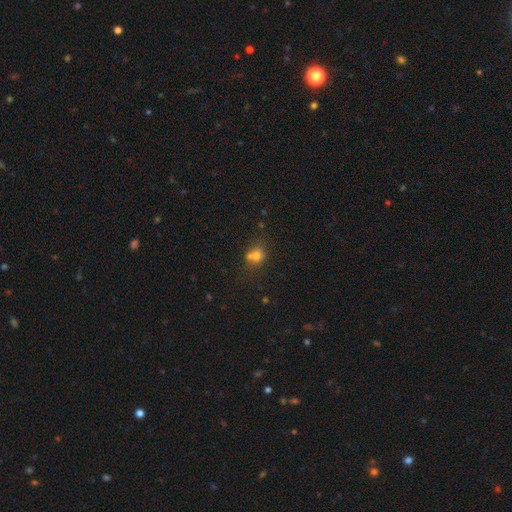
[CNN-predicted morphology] type=smooth (64%); roundness=round (67%); merging=merger (42%, tied with none).